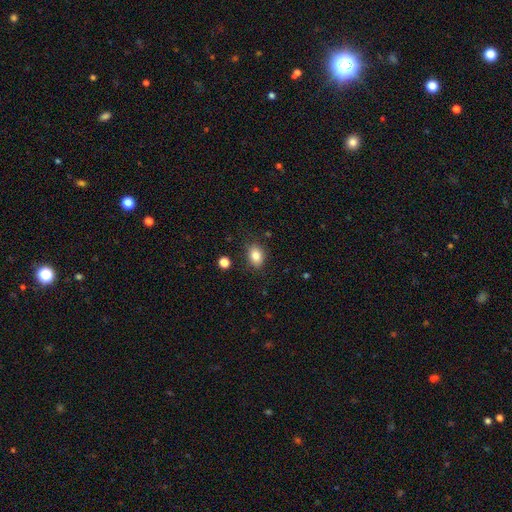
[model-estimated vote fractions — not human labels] Smooth or featured? Predicted: smooth (p=0.83). How rounded? Predicted: in between (p=0.72). Merging? Predicted: none (p=0.83).